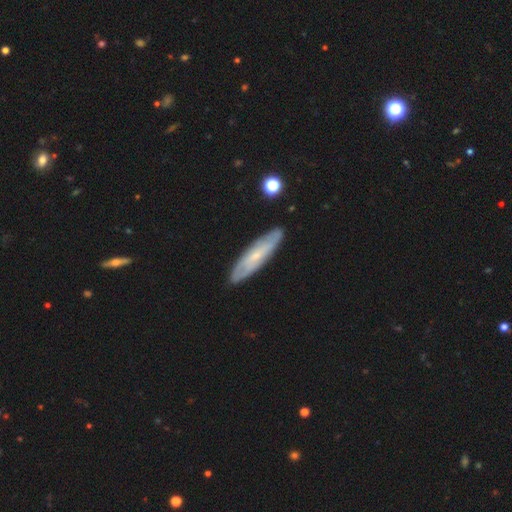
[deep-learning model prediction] This is possibly a featured or disk galaxy (58%). It is possibly not viewed edge-on (57%). Merging: clearly none (85%).